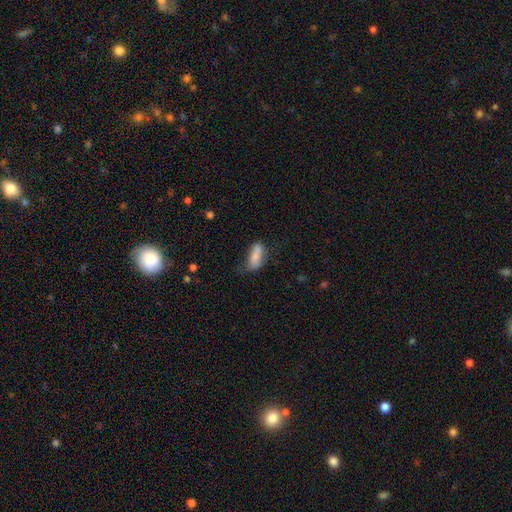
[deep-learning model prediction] This appears to be a smooth galaxy with no disk features (77%) that is in between round and cigar-shaped (78%). Merging: none (47%).